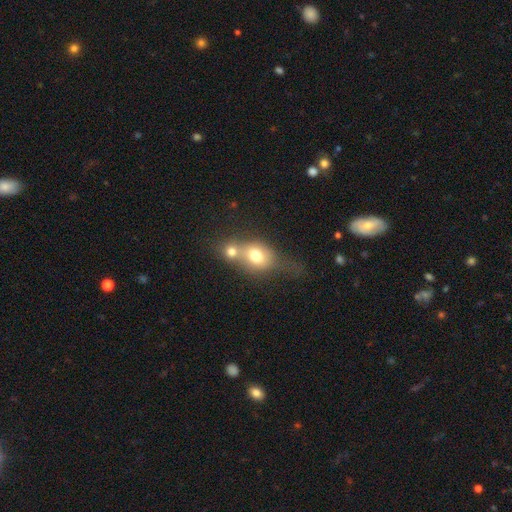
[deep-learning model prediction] Morphology: type=smooth (70%); roundness=round (51%); merging=merger (66%).